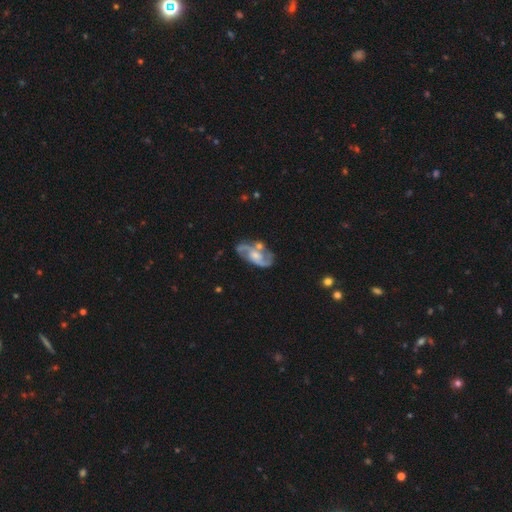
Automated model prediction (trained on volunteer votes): Smooth or featured? featured or disk (85%)
Edge-on disk? no (96%)
Bar? no (53%)
Spiral arms? yes (96%)
Spiral winding? medium (54%)
Spiral arm count? 2 (88%)
Bulge size? moderate (47%)
Merging? none (65%)